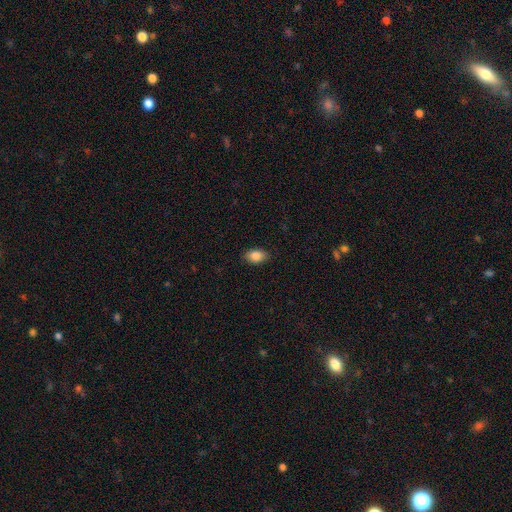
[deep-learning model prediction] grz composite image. It shows a smooth galaxy with no disk features (87%) that is in between round and cigar-shaped (86%). Merging: none (87%).